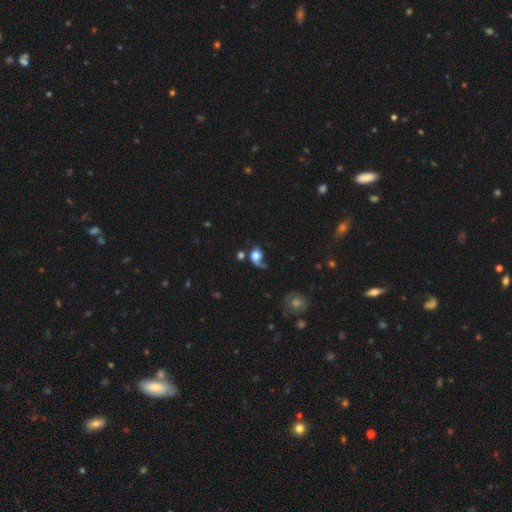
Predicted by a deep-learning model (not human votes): This appears to be a smooth galaxy with no disk features (60%) that is round (59%). Merging: major disturbance (37%).